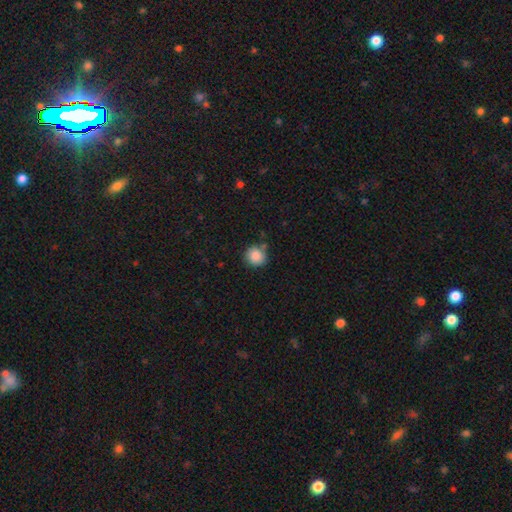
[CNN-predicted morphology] type=smooth (87%); roundness=round (90%); merging=none (78%).